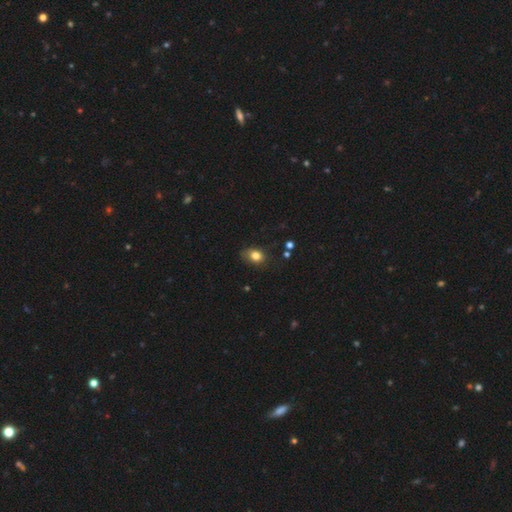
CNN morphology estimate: The model was most divided on "how rounded": in between: 62%, round: 37%, cigar-shaped: 1%. More confident: smooth or featured — smooth (81%); merging — none (67%).